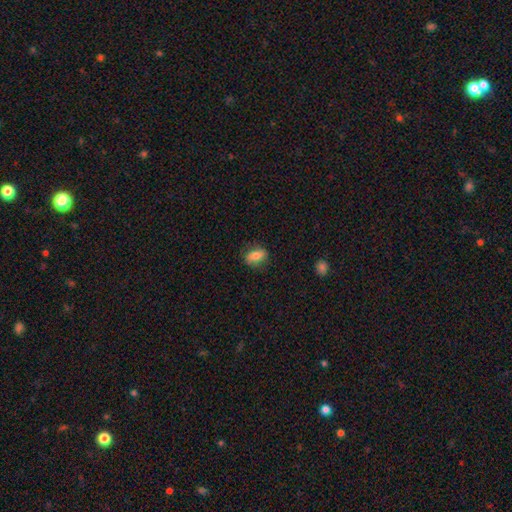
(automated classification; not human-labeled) A smooth galaxy with no disk features (77%) that is in between round and cigar-shaped (82%). Merging: none (79%).